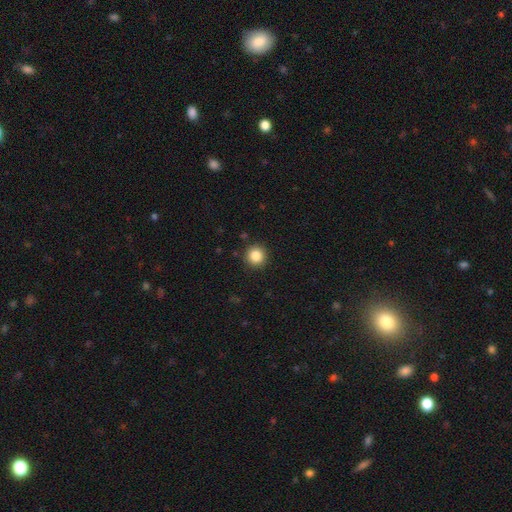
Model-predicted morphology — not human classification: smooth 85%, star or artifact 10%, featured or disk 5%. Down the decision tree: how rounded — round (92%); merging — none (91%).